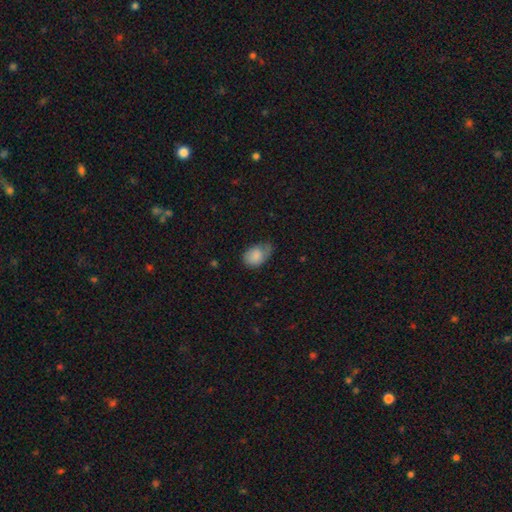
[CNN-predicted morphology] Smooth or featured: smooth — 82% (featured or disk — 11%)
How rounded: in between — 82% (round — 17%)
Merging: minor disturbance — 43% (none — 41%)